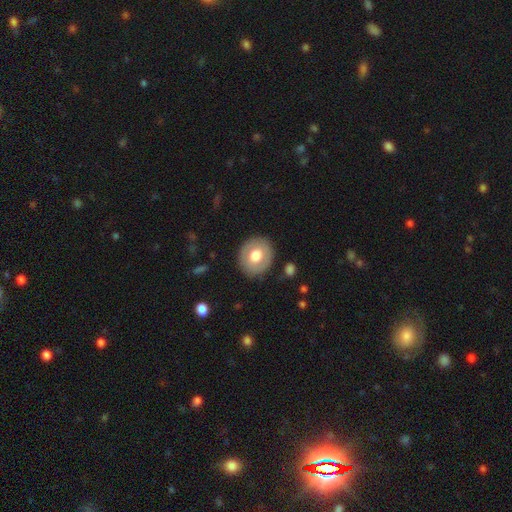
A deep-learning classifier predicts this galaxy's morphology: type=smooth (66%); roundness=round (73%); merging=none (87%).